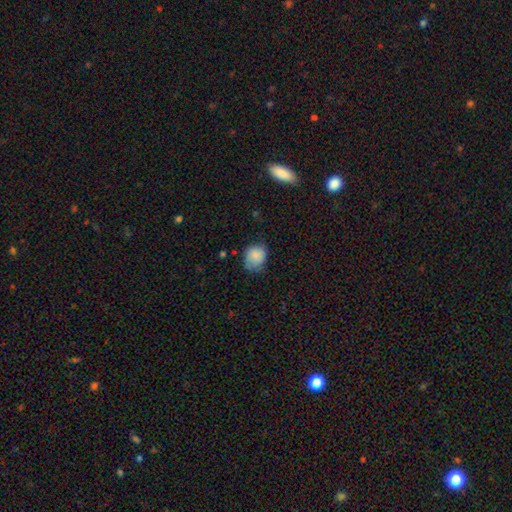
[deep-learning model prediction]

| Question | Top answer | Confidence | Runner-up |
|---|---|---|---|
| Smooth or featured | smooth | 83% | star or artifact (9%) |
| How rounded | round | 65% | in between (34%) |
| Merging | none | 57% | minor disturbance (33%) |